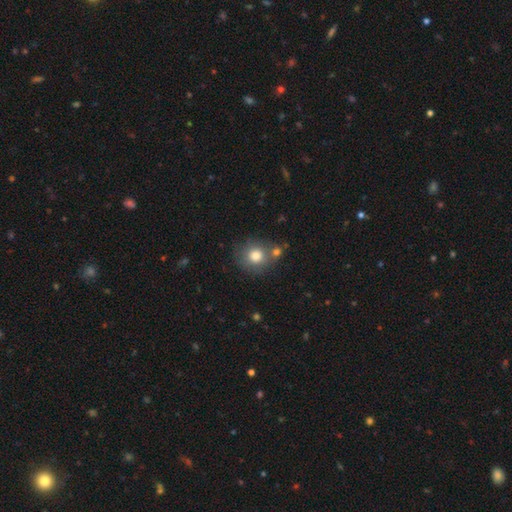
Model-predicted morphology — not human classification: Smooth or featured: smooth — 79% (featured or disk — 11%)
How rounded: round — 86% (in between — 13%)
Merging: none — 63% (merger — 20%)